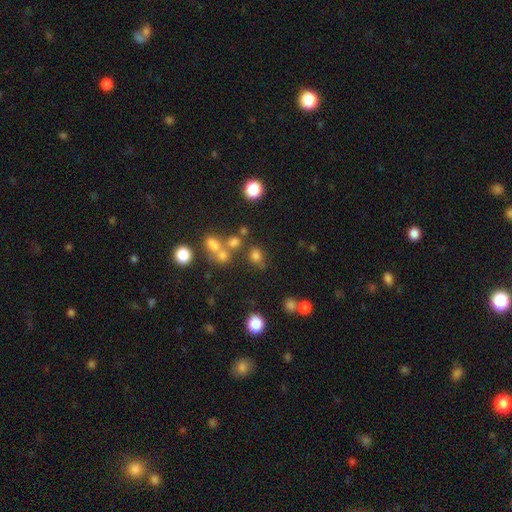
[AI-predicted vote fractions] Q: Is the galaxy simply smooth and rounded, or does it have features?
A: smooth — 72%.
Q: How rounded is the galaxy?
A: round — 62%.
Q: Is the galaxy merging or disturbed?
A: none — 62%.